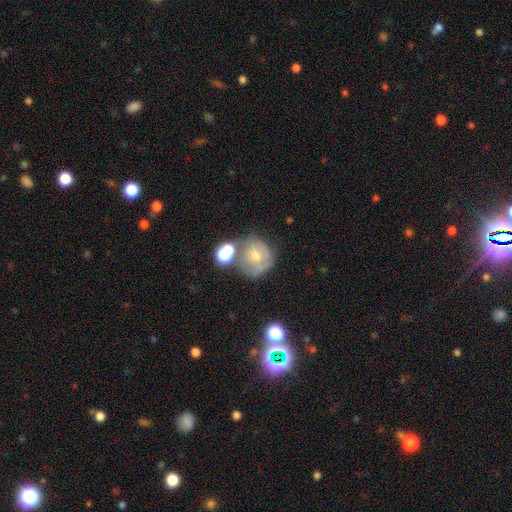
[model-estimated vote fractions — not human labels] Smooth or featured? Predicted: smooth (p=0.55). How rounded? Predicted: round (p=0.81). Merging? Predicted: none (p=0.42).